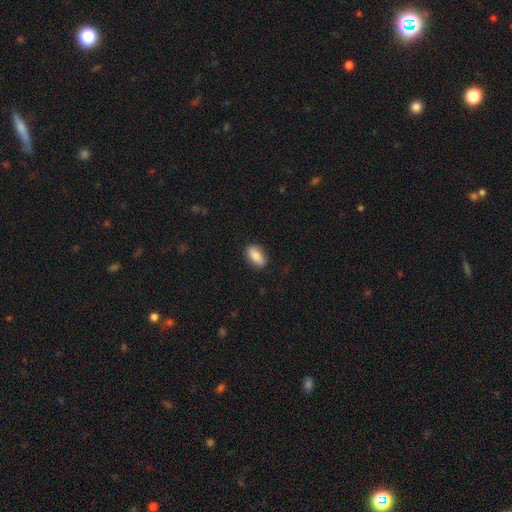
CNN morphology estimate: type=smooth (84%); roundness=in between (89%); merging=none (86%).